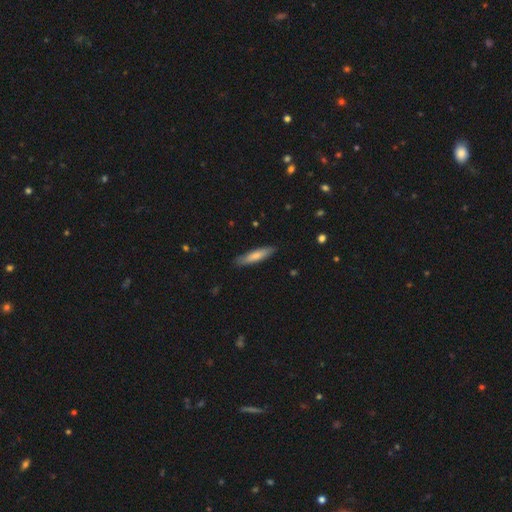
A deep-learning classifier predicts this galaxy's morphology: A smooth galaxy with no disk features (74%) that is cigar-shaped (81%).

Vote fractions:
- Smooth or featured? smooth: 74% / featured or disk: 20% / star or artifact: 5%
- How rounded? cigar-shaped: 81% / in between: 18% / round: 1%
- Merging? none: 87% / minor disturbance: 10% / major disturbance: 2% / merger: 1%